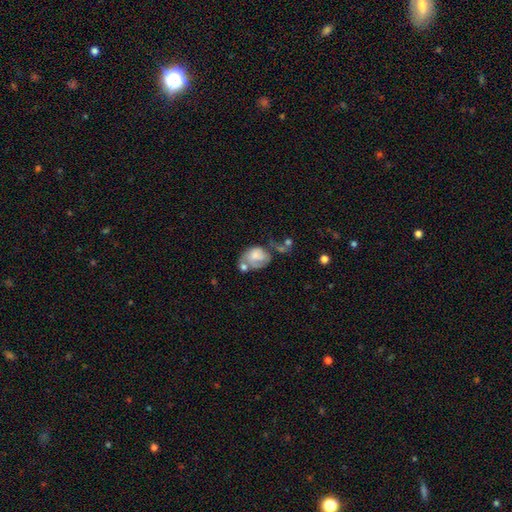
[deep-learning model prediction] Smooth or featured: smooth — 57% (featured or disk — 35%)
How rounded: in between — 70% (round — 29%)
Merging: merger — 27% (tied with major disturbance — 27%)